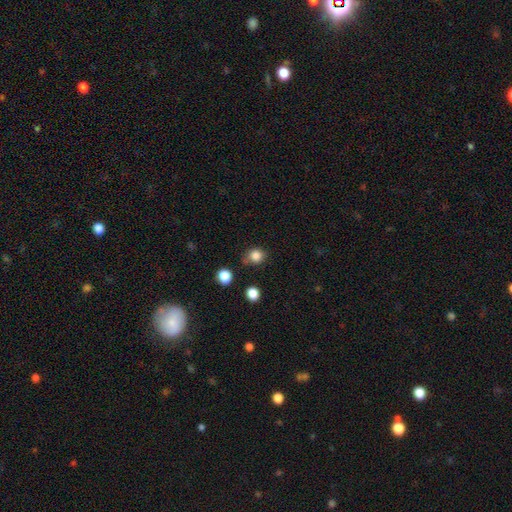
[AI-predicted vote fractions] Overall: smooth (84%). How rounded: round (80%). Merging: none (72%).